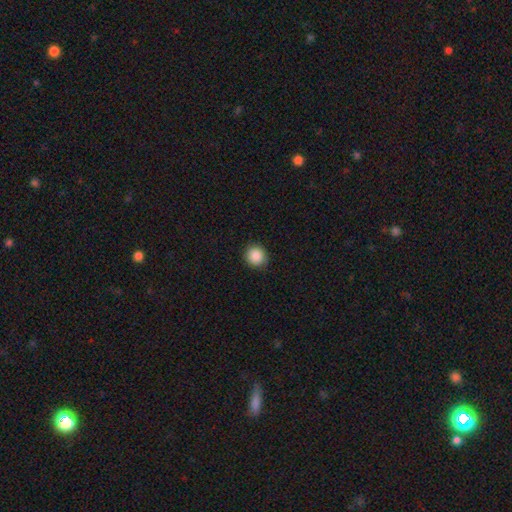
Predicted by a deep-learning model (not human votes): This is clearly a smooth galaxy (88%). How rounded: clearly round (90%). Merging: clearly none (89%).